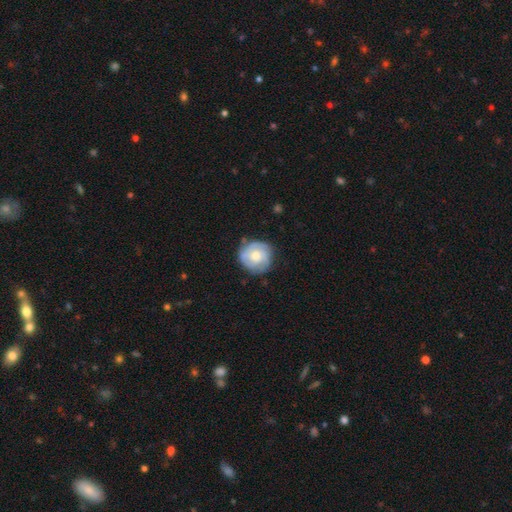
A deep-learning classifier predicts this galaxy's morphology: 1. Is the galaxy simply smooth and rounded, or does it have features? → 66% featured or disk, 28% smooth, 6% star or artifact.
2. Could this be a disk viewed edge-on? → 98% no, 2% yes.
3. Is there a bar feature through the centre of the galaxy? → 78% no, 19% weak, 3% strong.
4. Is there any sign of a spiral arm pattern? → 88% yes, 12% no.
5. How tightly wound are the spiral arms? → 63% tight, 29% medium, 8% loose.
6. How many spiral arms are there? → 34% 3, 30% can't tell, 18% 2, 9% 4, 5% 1, 4% more than 4.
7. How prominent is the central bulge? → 57% moderate, 38% small, 3% large, 1% none, 1% dominant.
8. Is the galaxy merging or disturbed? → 75% none, 18% minor disturbance, 5% major disturbance, 1% merger.